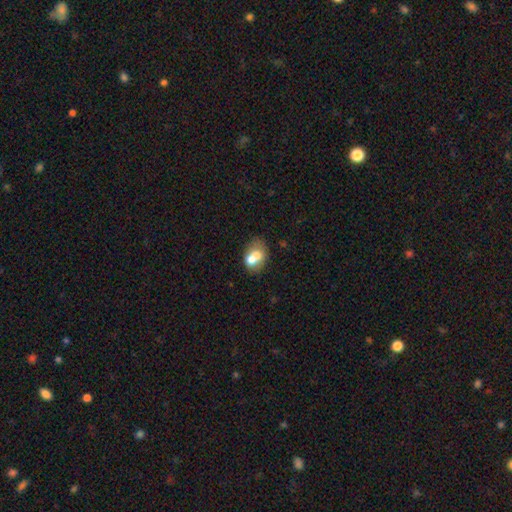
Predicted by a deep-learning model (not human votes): The model was most divided on "merging": merger: 51%, none: 30%, minor disturbance: 12%, major disturbance: 7%. More confident: how rounded — in between (63%); smooth or featured — smooth (63%).